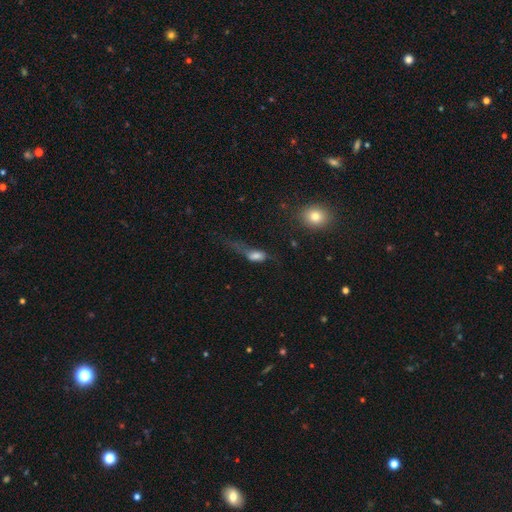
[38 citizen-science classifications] smooth_or_featured: smooth (p=0.58) [alt: featured or disk p=0.32]
how_rounded: in between (p=0.68) [alt: cigar-shaped p=0.18]
merging: major disturbance (p=0.44) [alt: minor disturbance p=0.32]